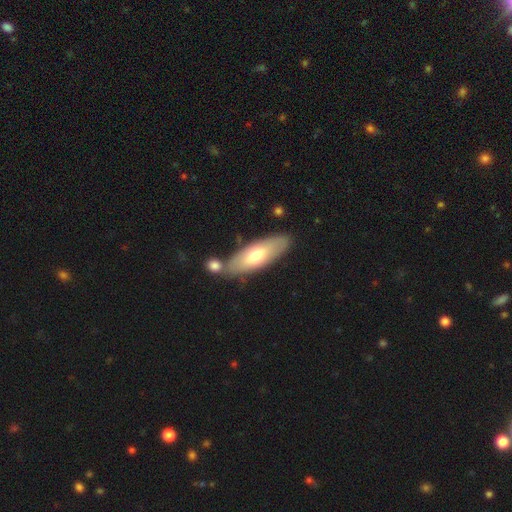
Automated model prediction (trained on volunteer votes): Smooth or featured? smooth (62%)
How rounded? in between (59%)
Merging? none (67%)